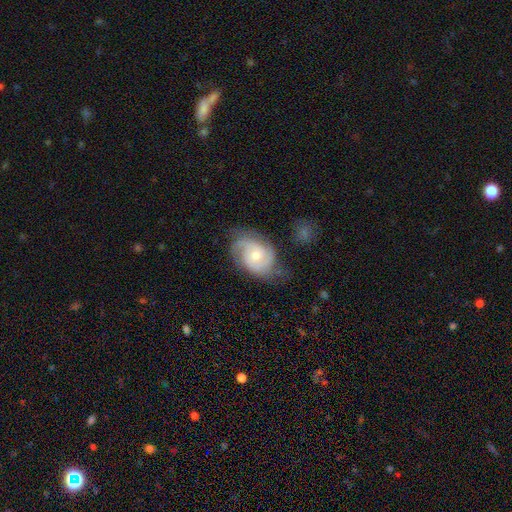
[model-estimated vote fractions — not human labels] Smooth or featured: featured or disk — 72% (smooth — 22%)
Edge-on disk: no — 97% (yes — 3%)
Bar: no — 61% (weak — 35%)
Spiral arms: yes — 93% (no — 7%)
Spiral winding: medium — 45% (tight — 39%)
Spiral arm count: 2 — 51% (3 — 19%)
Bulge size: moderate — 52% (small — 40%)
Merging: none — 56% (minor disturbance — 27%)